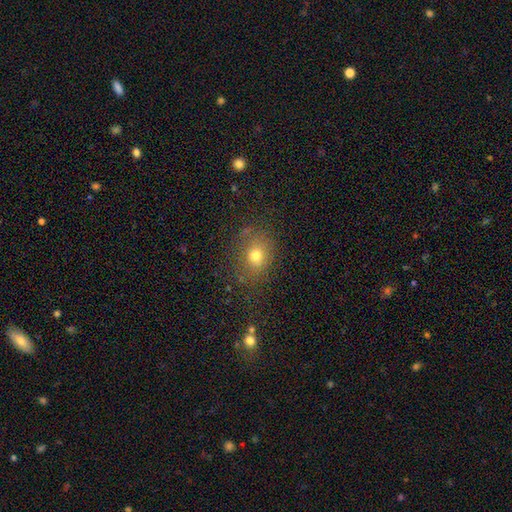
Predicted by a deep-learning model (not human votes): smooth-or-featured: smooth: 72% | star or artifact: 16% | featured or disk: 12%
  how-rounded: round: 59% | in between: 40% | cigar-shaped: 1%
  merging: none: 76% | minor disturbance: 15% | major disturbance: 7% | merger: 3%